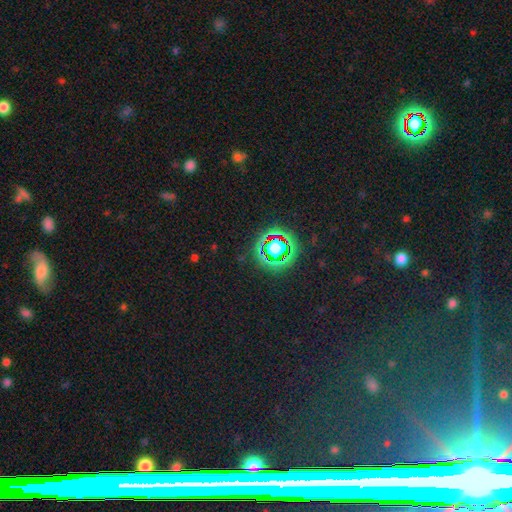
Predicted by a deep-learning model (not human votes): The model was most divided on "smooth or featured": star or artifact: 78%, smooth: 14%, featured or disk: 8%.